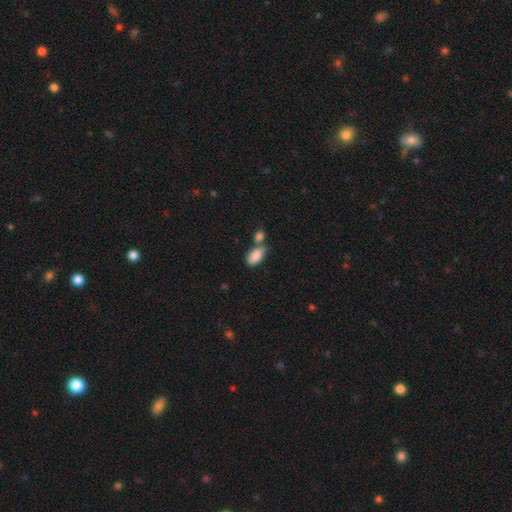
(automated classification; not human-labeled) Overall: smooth (82%). How rounded: in between (92%). Merging: merger (43%; none 37%).